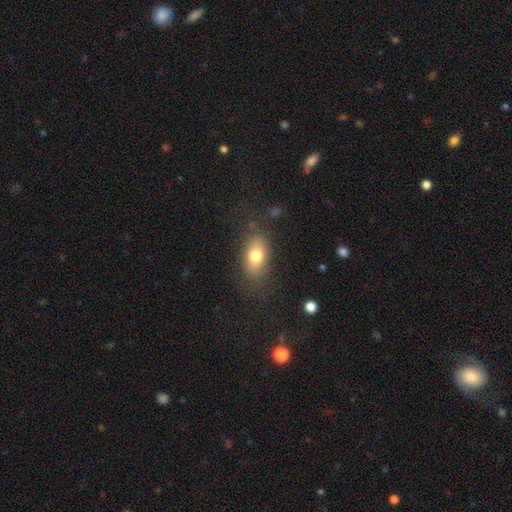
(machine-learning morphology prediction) smooth 76%, featured or disk 15%, star or artifact 9%. Down the decision tree: how rounded — in between (84%); merging — none (78%).